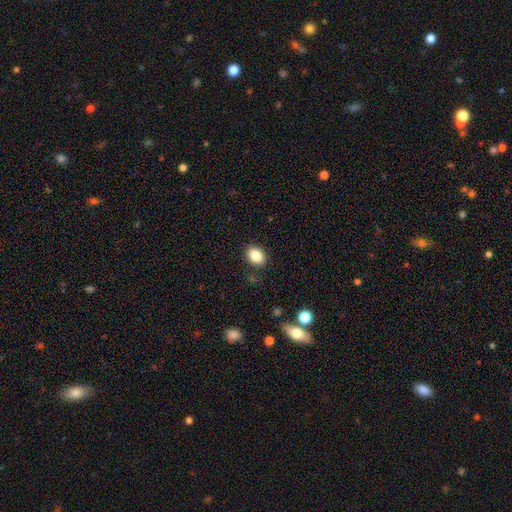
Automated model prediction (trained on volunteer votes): smooth 85%, star or artifact 9%, featured or disk 6%. Down the decision tree: how rounded — in between (68%); merging — none (87%).